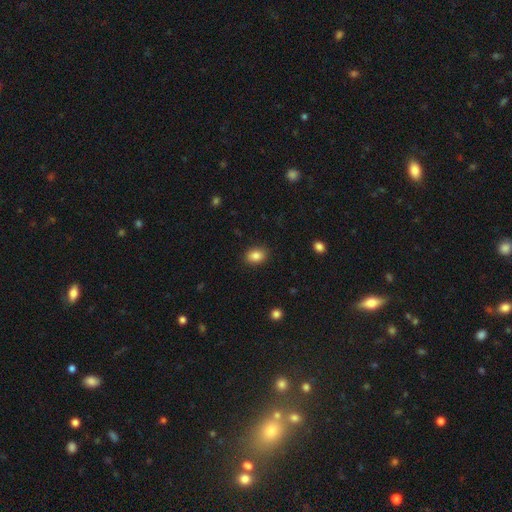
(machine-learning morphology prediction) smooth_or_featured: smooth (p=0.86) [alt: star or artifact p=0.09]
how_rounded: in between (p=0.71) [alt: round p=0.28]
merging: none (p=0.88) [alt: minor disturbance p=0.09]